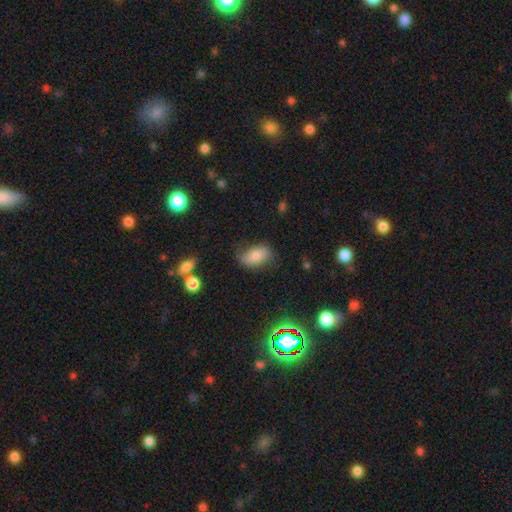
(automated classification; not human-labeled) The model was most divided on "merging": none: 62%, minor disturbance: 27%, major disturbance: 9%, merger: 2%. More confident: how rounded — in between (90%); smooth or featured — smooth (68%).